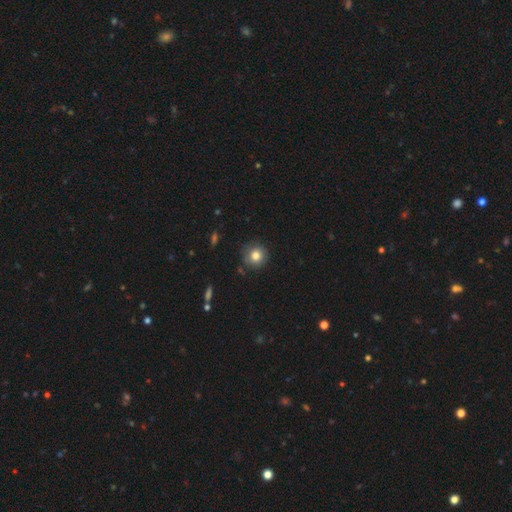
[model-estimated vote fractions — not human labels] Smooth or featured? Predicted: smooth (p=0.80). How rounded? Predicted: round (p=0.93). Merging? Predicted: none (p=0.84).